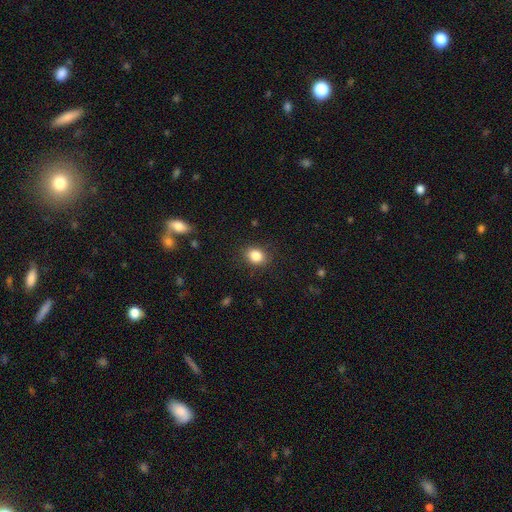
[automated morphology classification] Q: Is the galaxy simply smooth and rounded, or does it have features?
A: smooth — 85%.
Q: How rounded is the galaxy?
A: in between — 53%.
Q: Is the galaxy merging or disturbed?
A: none — 85%.